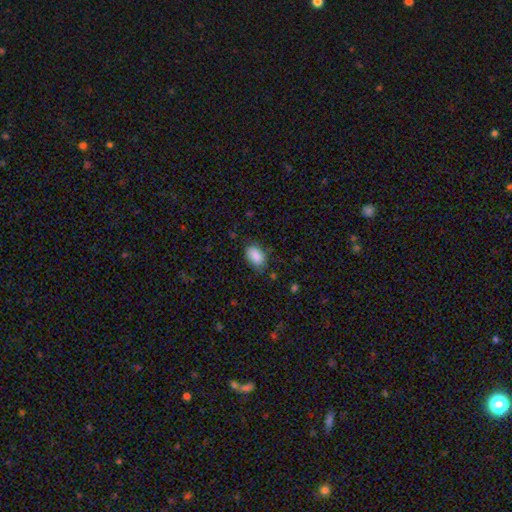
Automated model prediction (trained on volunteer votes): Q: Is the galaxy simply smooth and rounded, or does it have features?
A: smooth — 86%.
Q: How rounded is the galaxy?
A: in between — 89%.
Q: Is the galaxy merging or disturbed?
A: none — 73%.